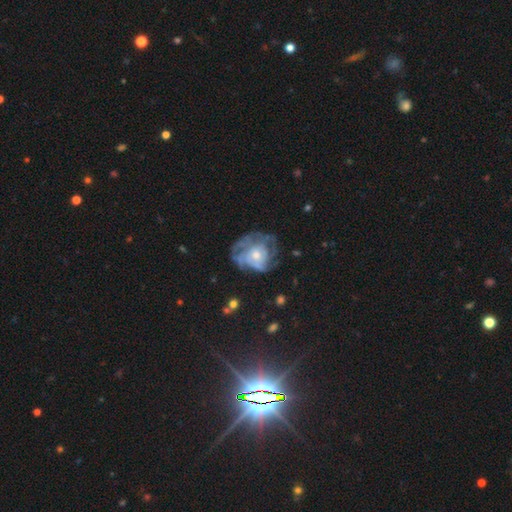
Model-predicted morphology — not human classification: featured or disk 80%, smooth 13%, star or artifact 7%. Down the decision tree: edge-on disk — no (98%); bar — no (80%); spiral arms — yes (88%); spiral arm count — can't tell (42%); spiral winding — tight (60%); bulge size — moderate (55%); merging — none (60%).